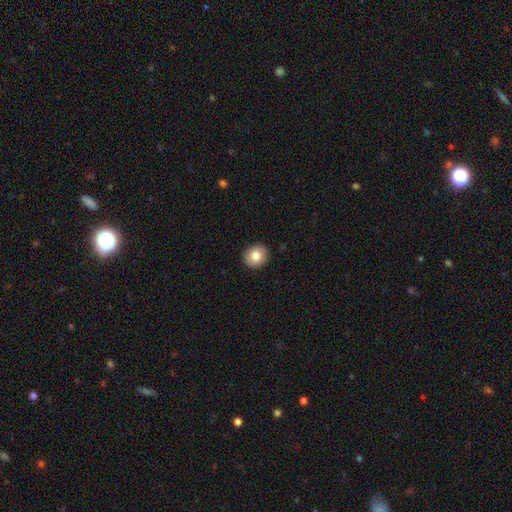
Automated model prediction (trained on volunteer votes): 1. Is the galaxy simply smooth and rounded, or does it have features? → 81% smooth, 10% featured or disk, 8% star or artifact.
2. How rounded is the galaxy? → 85% round, 14% in between, 1% cigar-shaped.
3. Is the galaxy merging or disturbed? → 92% none, 6% minor disturbance, 2% major disturbance, 1% merger.